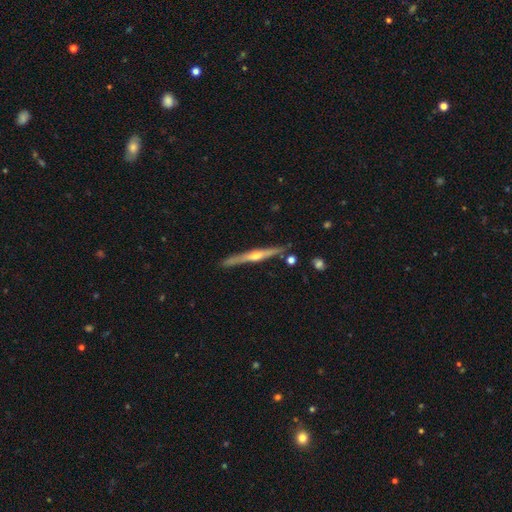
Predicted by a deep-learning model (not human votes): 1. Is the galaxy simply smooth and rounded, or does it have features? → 75% featured or disk, 20% smooth, 5% star or artifact.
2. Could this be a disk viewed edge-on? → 98% yes, 2% no.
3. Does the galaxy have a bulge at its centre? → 88% rounded, 8% none, 5% boxy.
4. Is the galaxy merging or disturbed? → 87% none, 9% minor disturbance, 3% merger, 2% major disturbance.